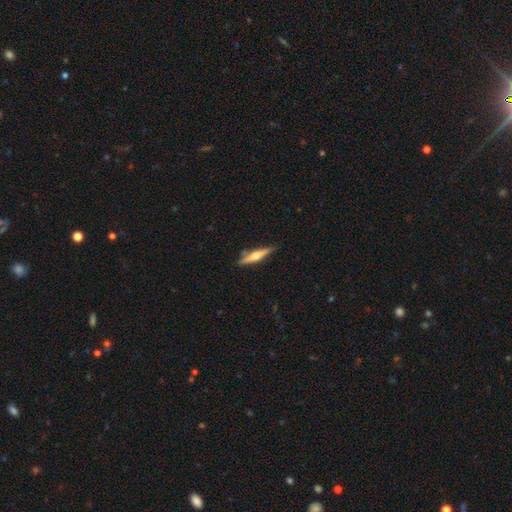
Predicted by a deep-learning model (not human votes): Overall: featured or disk (62%; smooth 33%). Edge-on disk: yes (97%). Edge-on bulge: rounded (91%). Merging: none (84%).